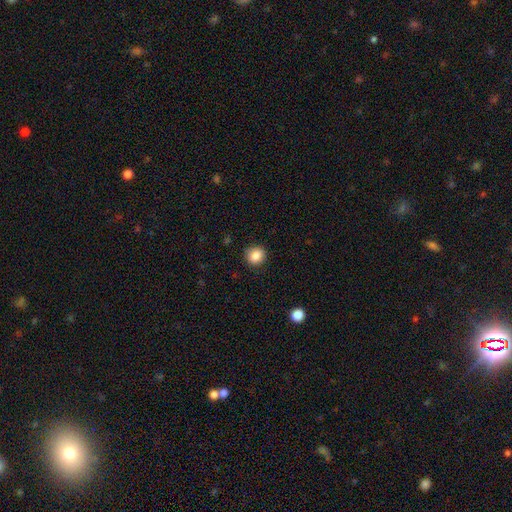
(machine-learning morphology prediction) Smooth or featured? smooth (87%)
How rounded? round (80%)
Merging? none (88%)